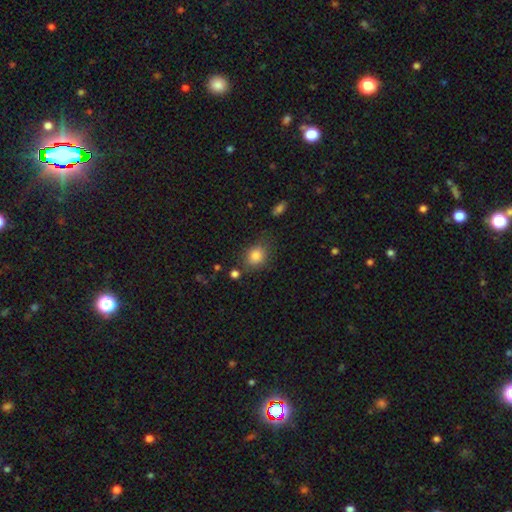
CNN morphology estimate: This appears to be a smooth galaxy with no disk features (84%) that is round (59%). Merging: none (72%).